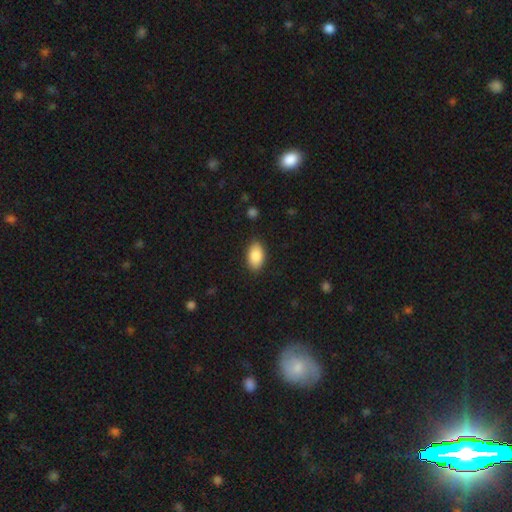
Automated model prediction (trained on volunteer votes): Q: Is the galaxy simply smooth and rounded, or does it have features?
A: smooth — 87%.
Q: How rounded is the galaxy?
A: in between — 93%.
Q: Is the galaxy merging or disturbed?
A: none — 86%.